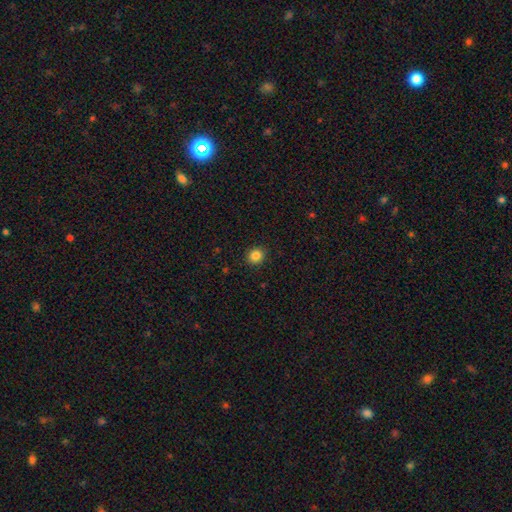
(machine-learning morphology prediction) This appears to be a smooth galaxy with no disk features (85%) that is round (83%). Merging: none (91%).